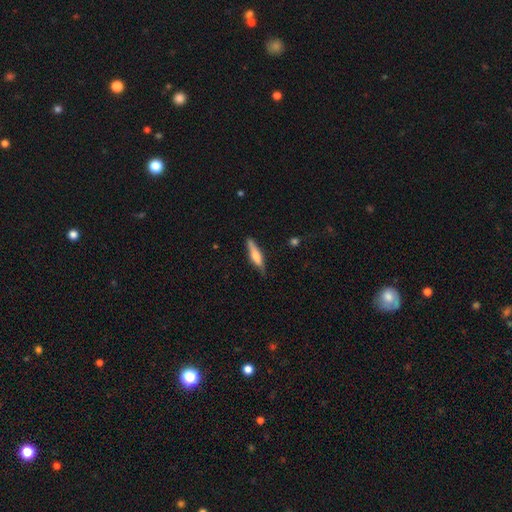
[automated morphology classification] Smooth or featured?
  - smooth: 55% *
  - featured or disk: 38%
  - star or artifact: 6%
How rounded?
  - cigar-shaped: 76% *
  - in between: 22%
  - round: 2%
Merging?
  - none: 78% *
  - minor disturbance: 17%
  - major disturbance: 3%
  - merger: 2%